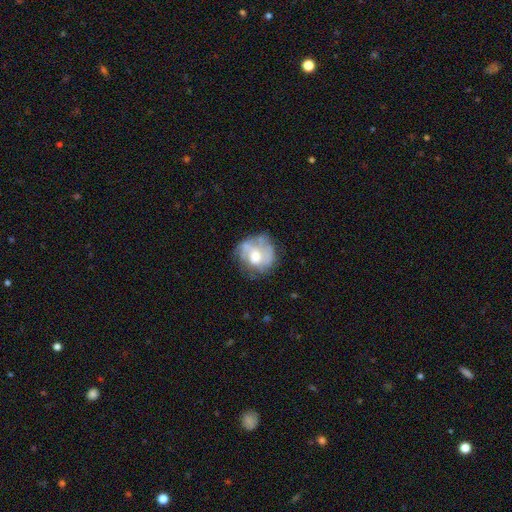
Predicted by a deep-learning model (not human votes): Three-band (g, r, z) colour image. It shows a featured or disk galaxy (55%) with no bar (75%), spiral arms (53%) and a moderate central bulge (58%). Merging: none (56%).